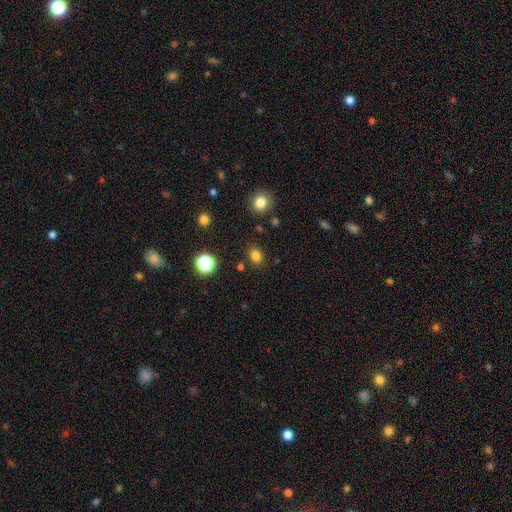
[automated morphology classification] The model was most divided on "how rounded": round: 53%, in between: 46%, cigar-shaped: 1%. More confident: merging — none (84%); smooth or featured — smooth (80%).